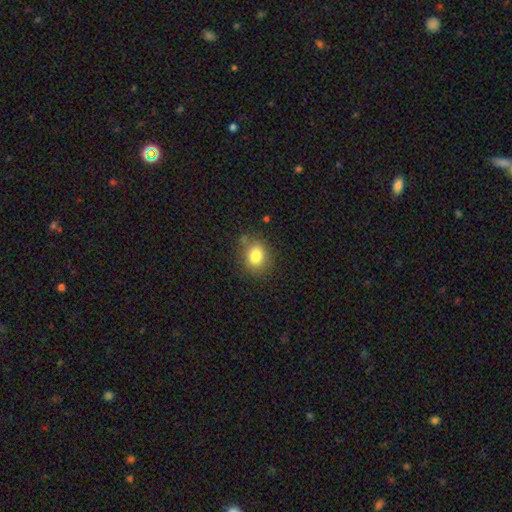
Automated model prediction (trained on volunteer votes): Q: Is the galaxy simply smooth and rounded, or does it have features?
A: smooth — 82%.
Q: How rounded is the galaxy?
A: round — 57%.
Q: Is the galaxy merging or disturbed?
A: none — 77%.